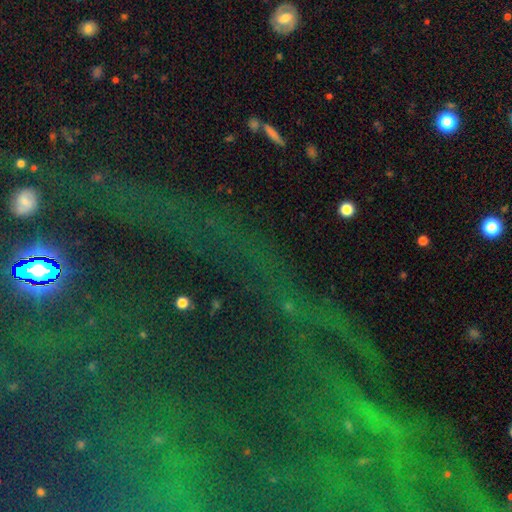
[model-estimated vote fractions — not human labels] The model was most divided on "smooth or featured": star or artifact: 77%, featured or disk: 12%, smooth: 11%.